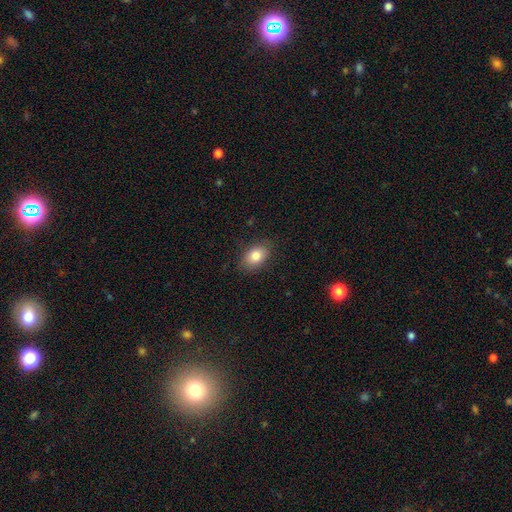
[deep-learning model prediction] Smooth or featured: smooth — 82% (featured or disk — 9%)
How rounded: in between — 83% (round — 16%)
Merging: none — 85% (minor disturbance — 11%)